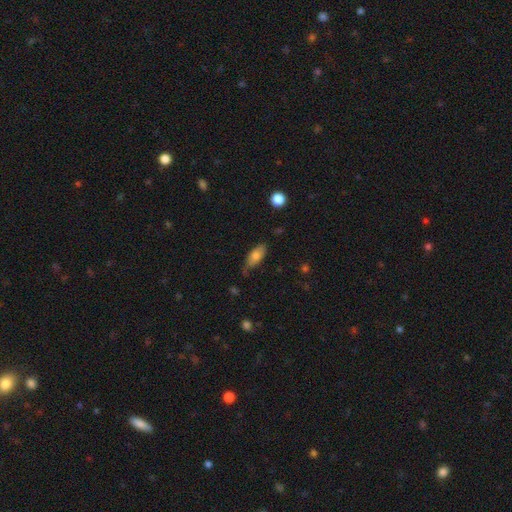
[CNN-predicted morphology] smooth 74%, featured or disk 19%, star or artifact 7%. Down the decision tree: how rounded — in between (82%); merging — none (61%).